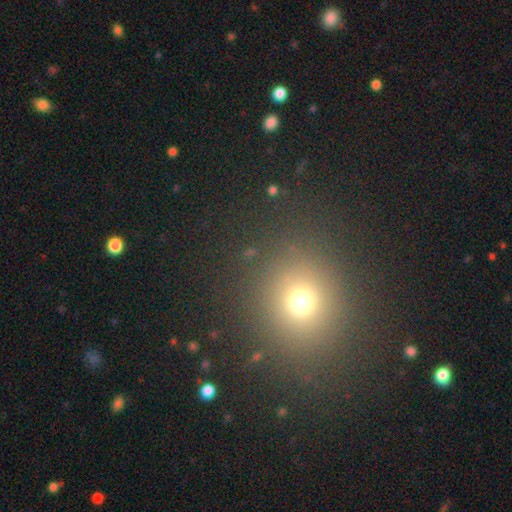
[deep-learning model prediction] smooth-or-featured: smooth: 61% | star or artifact: 32% | featured or disk: 7%
  how-rounded: round: 83% | in between: 16% | cigar-shaped: 1%
  merging: none: 90% | minor disturbance: 6% | major disturbance: 3% | merger: 1%